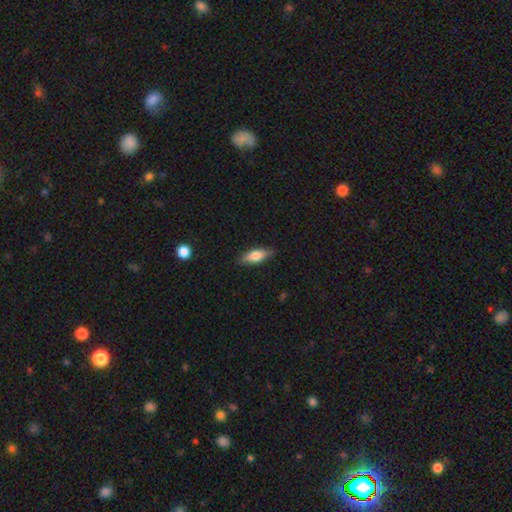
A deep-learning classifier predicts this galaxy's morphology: Q: Smooth or featured?
A: smooth (64%); runner-up: featured or disk (29%)
Q: How rounded?
A: in between (62%); runner-up: cigar-shaped (35%)
Q: Merging?
A: none (85%); runner-up: minor disturbance (12%)